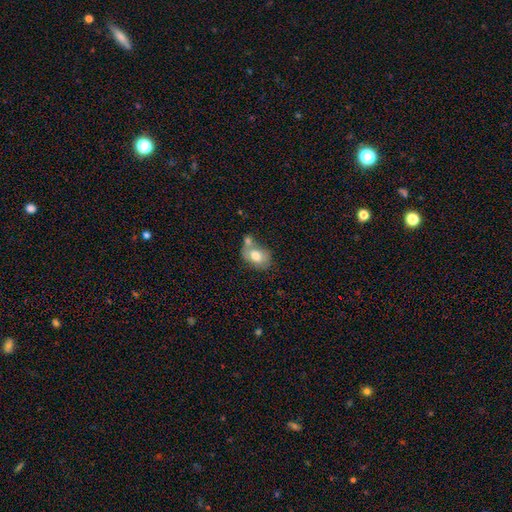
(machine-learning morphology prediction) Q: Smooth or featured?
A: smooth (73%); runner-up: featured or disk (20%)
Q: How rounded?
A: in between (76%); runner-up: round (22%)
Q: Merging?
A: merger (43%); runner-up: none (33%)